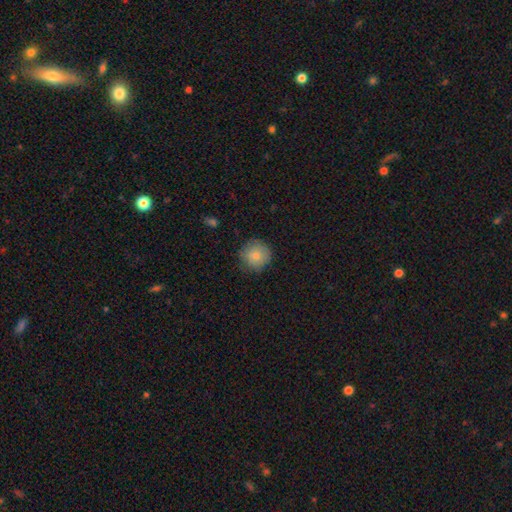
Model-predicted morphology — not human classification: smooth 81%, featured or disk 11%, star or artifact 8%. Down the decision tree: how rounded — round (94%); merging — none (82%).